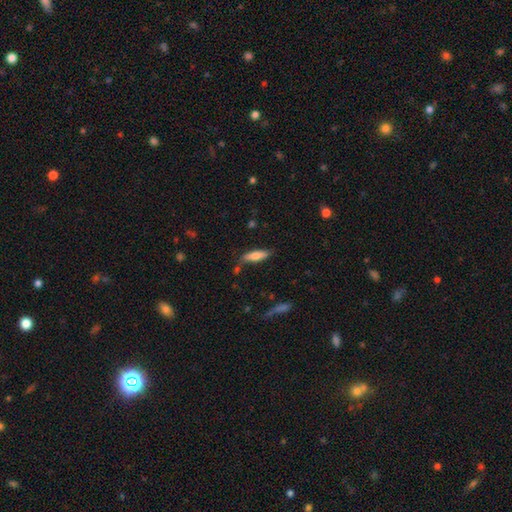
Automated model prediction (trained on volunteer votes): This is likely a smooth galaxy (73%). How rounded: possibly cigar-shaped (55%). Merging: likely none (74%).